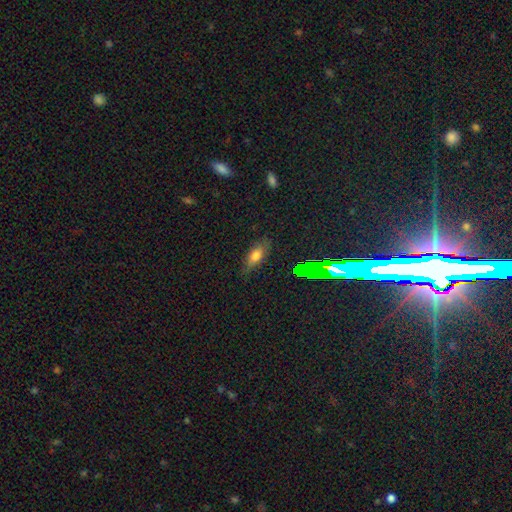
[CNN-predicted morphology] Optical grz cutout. It shows a smooth galaxy with no disk features (70%) that is in between round and cigar-shaped (76%). Merging: none (76%).